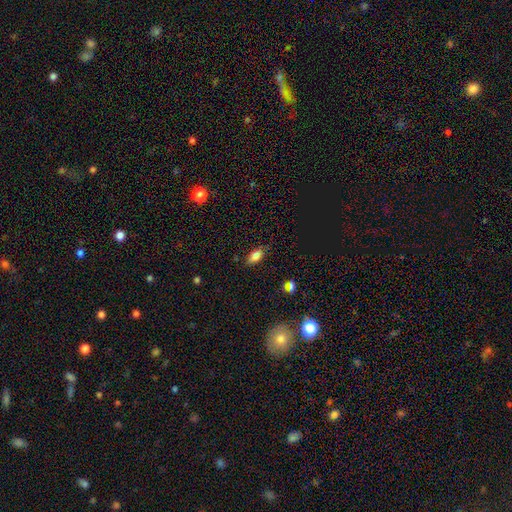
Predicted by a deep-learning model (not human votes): Smooth or featured?
  - smooth: 79% *
  - star or artifact: 11%
  - featured or disk: 11%
How rounded?
  - in between: 83% *
  - cigar-shaped: 13%
  - round: 4%
Merging?
  - none: 76% *
  - minor disturbance: 18%
  - major disturbance: 4%
  - merger: 2%